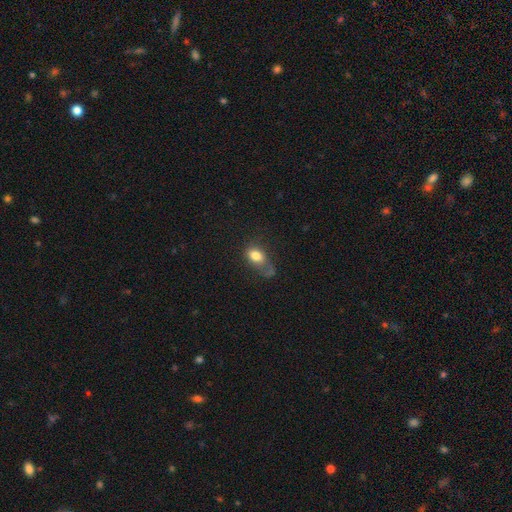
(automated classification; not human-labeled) Overall: smooth (77%). How rounded: in between (78%). Merging: none (35%; major disturbance 31%).